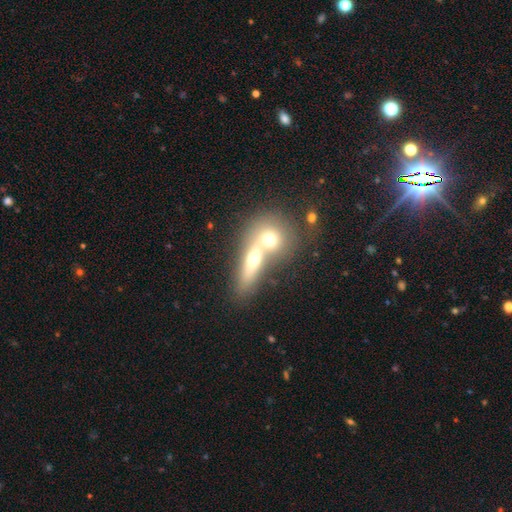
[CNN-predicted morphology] A smooth galaxy with no disk features (54%) that is in between round and cigar-shaped (43%).

Vote fractions:
- Smooth or featured? smooth: 54% / featured or disk: 37% / star or artifact: 9%
- How rounded? in between: 43% / cigar-shaped: 29% / round: 28%
- Merging? merger: 68% / none: 22% / minor disturbance: 6% / major disturbance: 4%